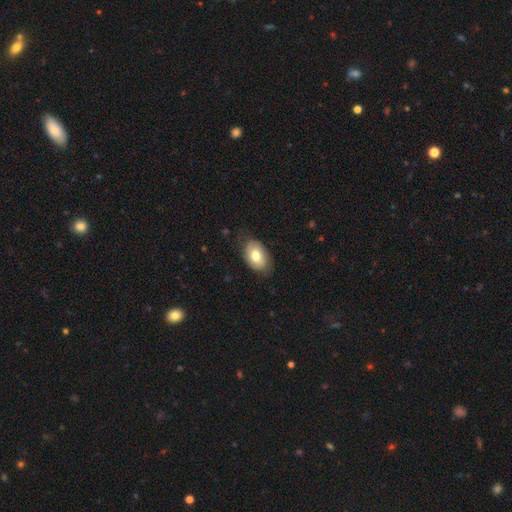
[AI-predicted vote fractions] The model was most divided on "smooth or featured": smooth: 70%, featured or disk: 24%, star or artifact: 7%. More confident: how rounded — in between (88%); merging — none (74%).